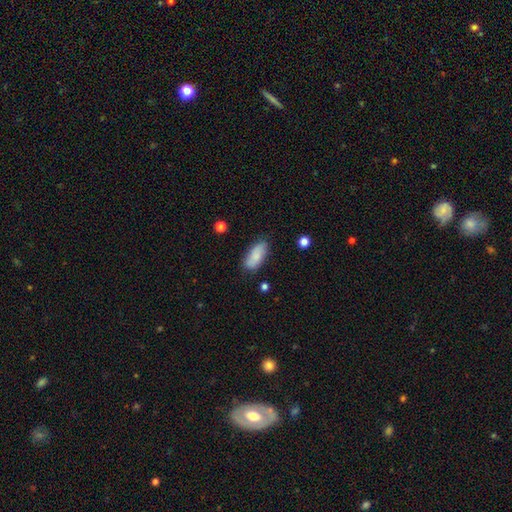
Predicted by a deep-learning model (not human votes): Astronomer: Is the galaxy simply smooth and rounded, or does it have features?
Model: smooth — 81%.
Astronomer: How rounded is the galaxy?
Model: in between — 86%.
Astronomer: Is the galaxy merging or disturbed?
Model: none — 77%.